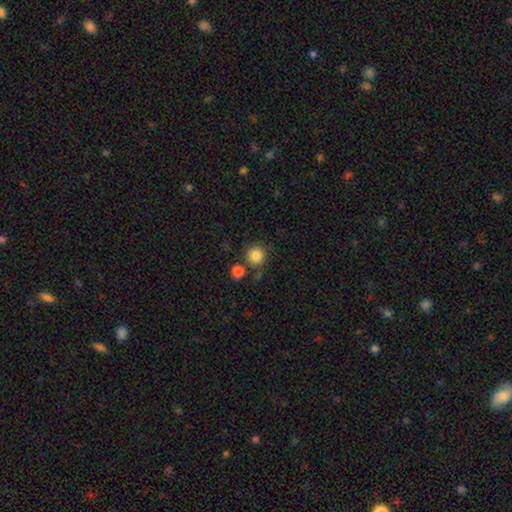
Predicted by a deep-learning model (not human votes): Overall: smooth (85%). How rounded: round (94%). Merging: none (77%).